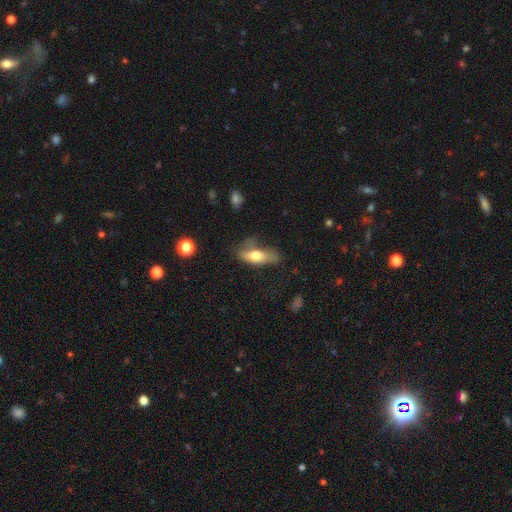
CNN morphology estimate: type=smooth (63%); roundness=in between (70%); merging=none (41%).